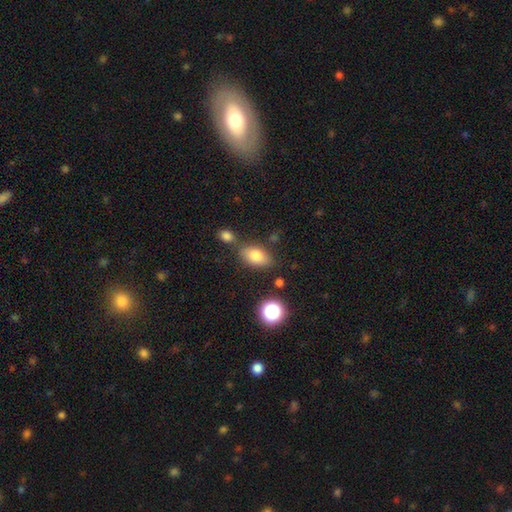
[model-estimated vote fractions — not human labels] This appears to be a smooth galaxy with no disk features (78%) that is in between round and cigar-shaped (88%). Merging: none (70%).